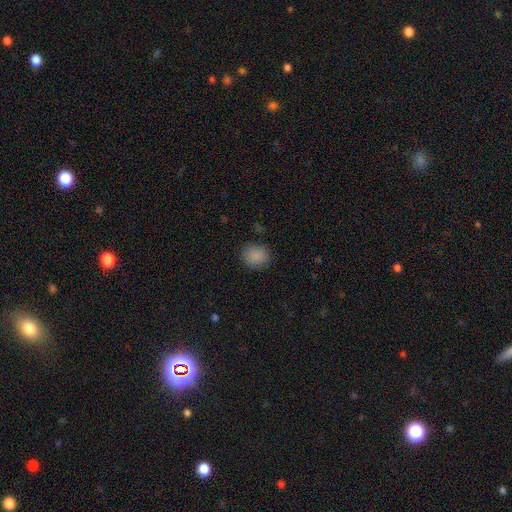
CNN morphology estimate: Smooth or featured? smooth (86%)
How rounded? round (78%)
Merging? none (85%)